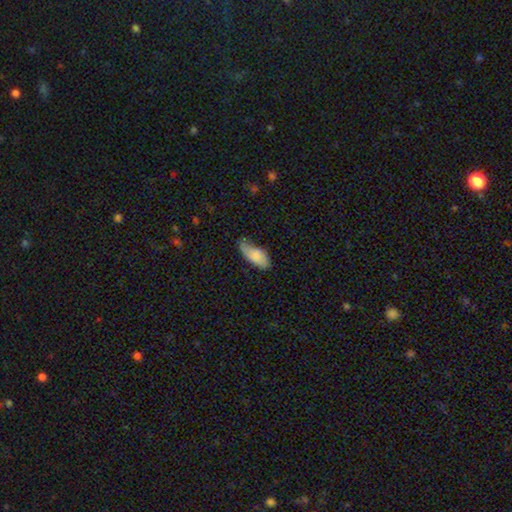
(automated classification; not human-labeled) The model was most divided on "merging": none: 43%, minor disturbance: 42%, major disturbance: 12%, merger: 3%. More confident: how rounded — in between (85%); smooth or featured — smooth (81%).